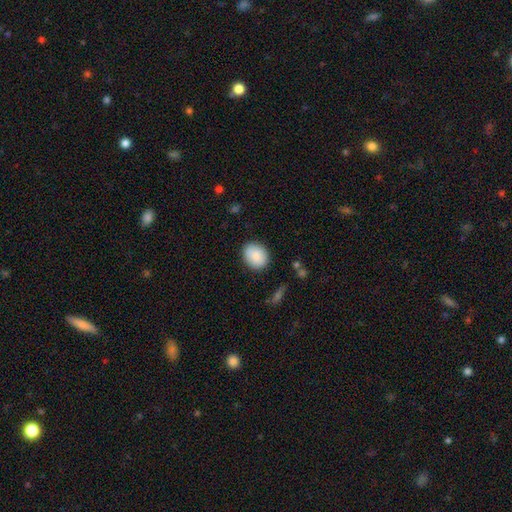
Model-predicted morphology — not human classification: The model was most divided on "how rounded": round: 52%, in between: 47%, cigar-shaped: 1%. More confident: smooth or featured — smooth (87%); merging — none (84%).